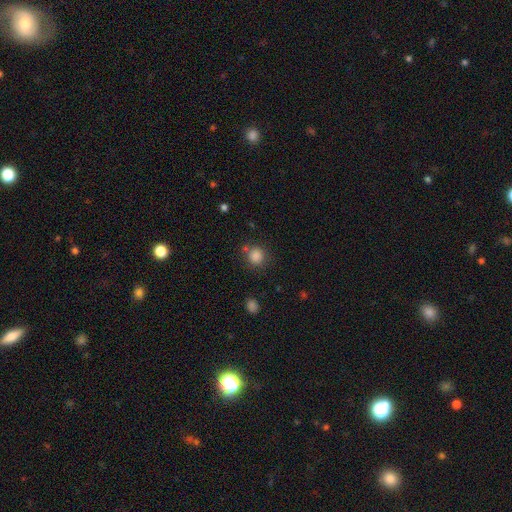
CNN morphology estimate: This is clearly a smooth galaxy (84%). How rounded: clearly round (86%). Merging: likely none (75%).